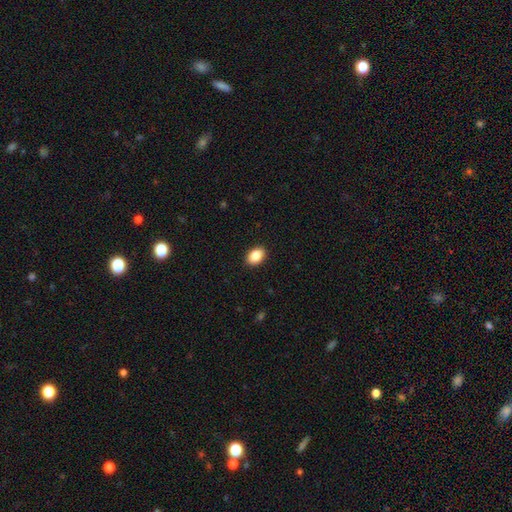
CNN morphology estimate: The model was most divided on "how rounded": in between: 80%, round: 19%, cigar-shaped: 1%. More confident: merging — none (91%); smooth or featured — smooth (87%).